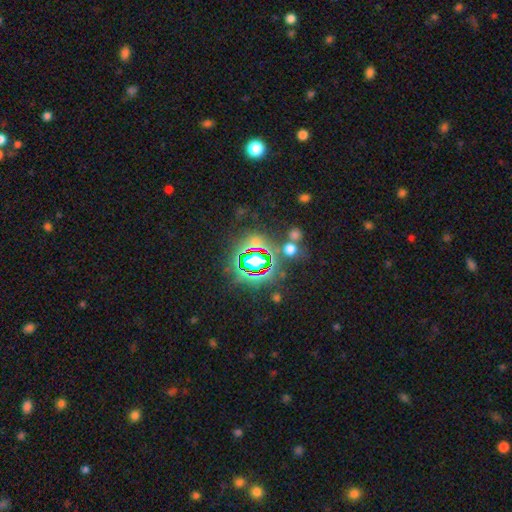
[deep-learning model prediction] Q: Smooth or featured?
A: star or artifact (79%); runner-up: smooth (12%)